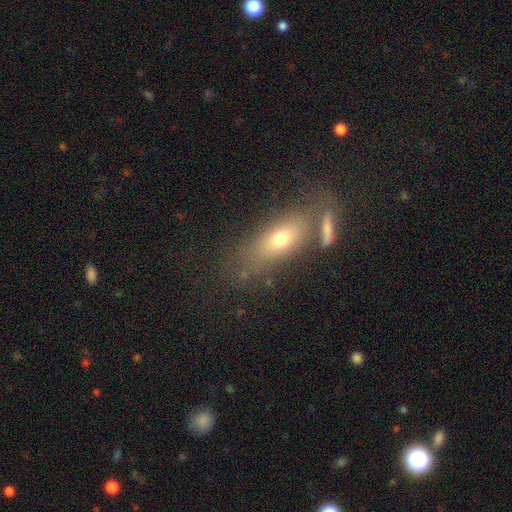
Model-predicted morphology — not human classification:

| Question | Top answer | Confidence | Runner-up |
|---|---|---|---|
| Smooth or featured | smooth | 56% | featured or disk (31%) |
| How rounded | in between | 64% | cigar-shaped (30%) |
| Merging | none | 58% | merger (19%) |